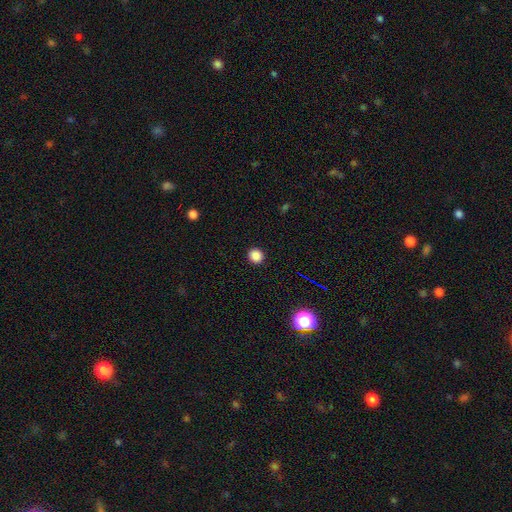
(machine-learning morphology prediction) Smooth or featured? smooth (86%)
How rounded? round (90%)
Merging? none (93%)